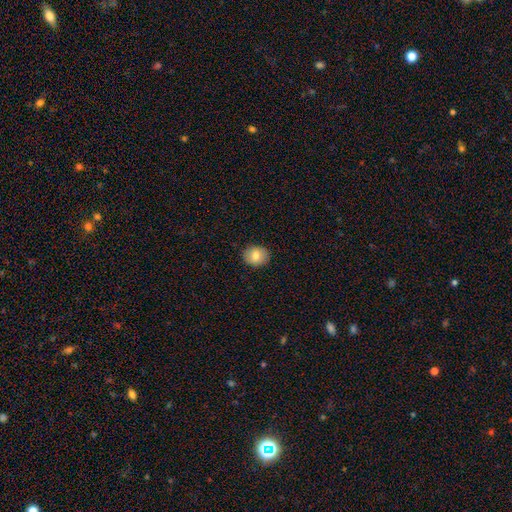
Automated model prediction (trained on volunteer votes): Q: Smooth or featured?
A: smooth (80%); runner-up: featured or disk (12%)
Q: How rounded?
A: round (61%); runner-up: in between (39%)
Q: Merging?
A: none (89%); runner-up: minor disturbance (8%)